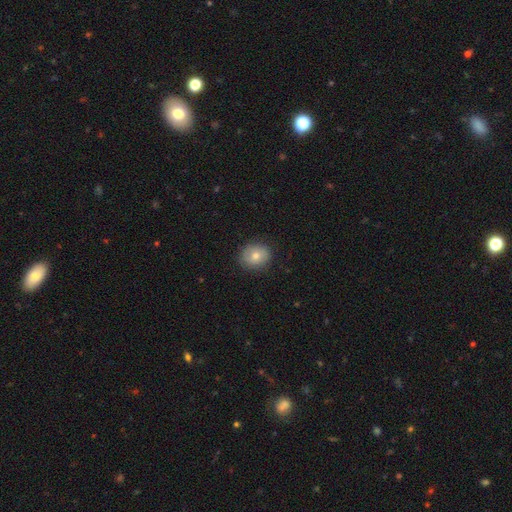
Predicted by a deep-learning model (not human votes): smooth_or_featured: smooth (p=0.67) [alt: featured or disk p=0.23]
how_rounded: round (p=0.73) [alt: in between p=0.26]
merging: none (p=0.85) [alt: minor disturbance p=0.11]